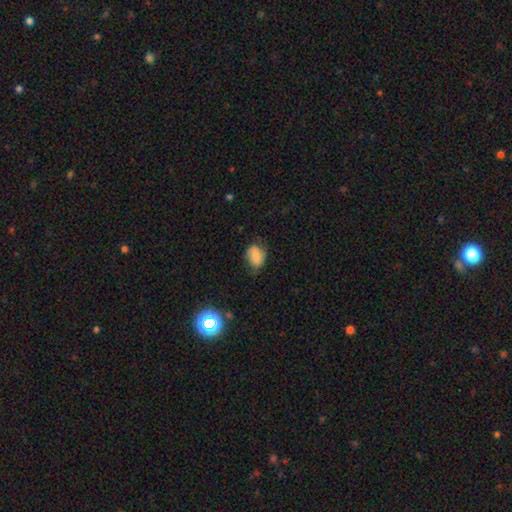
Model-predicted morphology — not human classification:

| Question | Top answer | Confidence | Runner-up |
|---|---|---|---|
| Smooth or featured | smooth | 72% | featured or disk (19%) |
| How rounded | in between | 62% | round (37%) |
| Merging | none | 60% | minor disturbance (30%) |